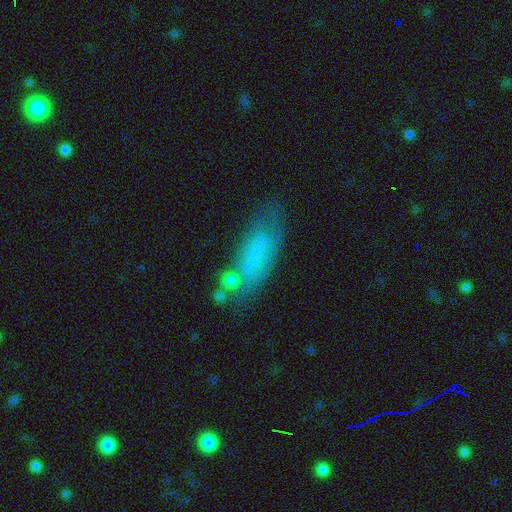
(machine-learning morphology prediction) Smooth or featured? Predicted: smooth (p=0.67). How rounded? Predicted: in between (p=0.59). Merging? Predicted: none (p=0.63).